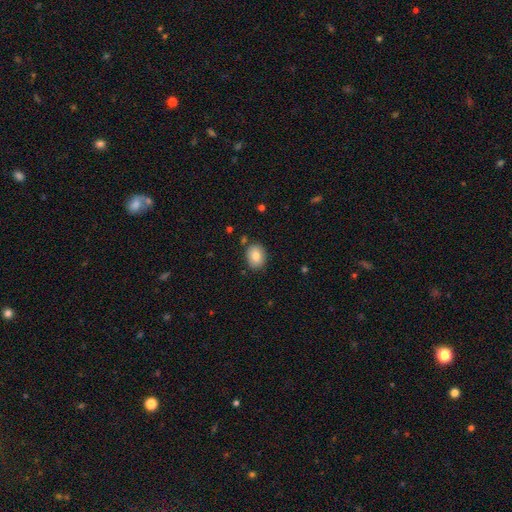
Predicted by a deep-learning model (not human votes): A smooth galaxy with no disk features (81%) that is in between round and cigar-shaped (56%). Merging: none (83%).